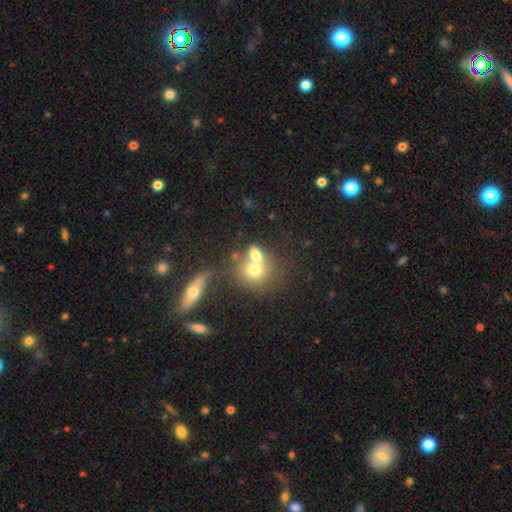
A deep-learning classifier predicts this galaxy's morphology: A smooth galaxy with no disk features (66%) that is in between round and cigar-shaped (50%). Merging: merger (64%).